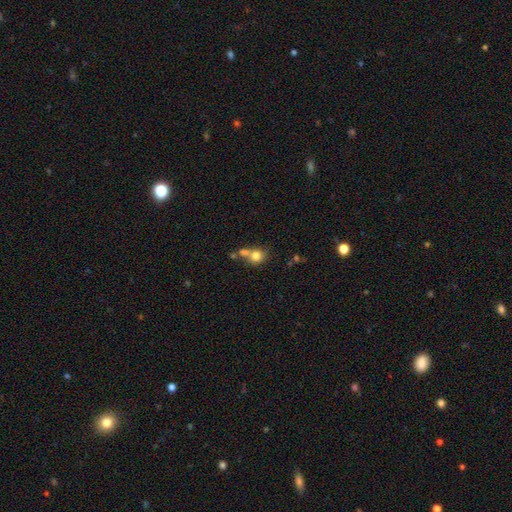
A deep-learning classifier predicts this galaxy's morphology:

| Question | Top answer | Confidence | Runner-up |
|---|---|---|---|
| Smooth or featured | smooth | 76% | featured or disk (13%) |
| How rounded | round | 79% | in between (20%) |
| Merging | none | 42% | merger (40%) |